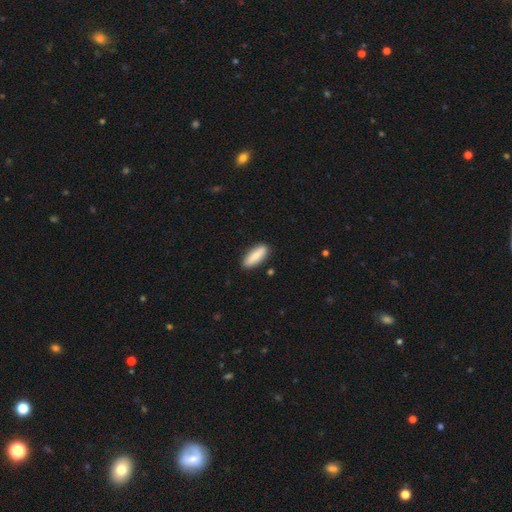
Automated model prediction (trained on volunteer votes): The model was most divided on "how rounded": in between: 62%, cigar-shaped: 36%, round: 2%. More confident: merging — none (87%); smooth or featured — smooth (82%).